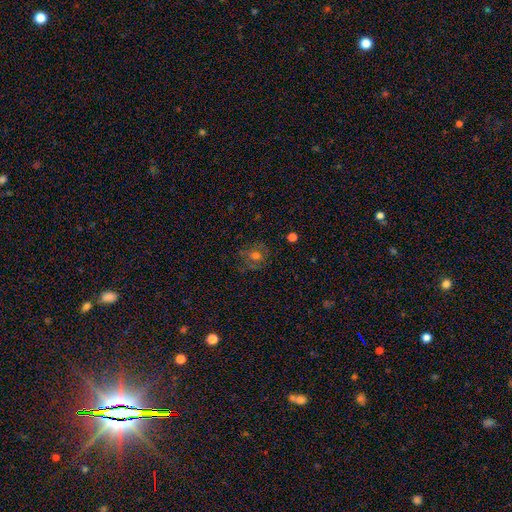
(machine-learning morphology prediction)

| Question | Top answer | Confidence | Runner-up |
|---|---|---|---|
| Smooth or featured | smooth | 43% | featured or disk (33%) |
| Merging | none | 77% | minor disturbance (14%) |